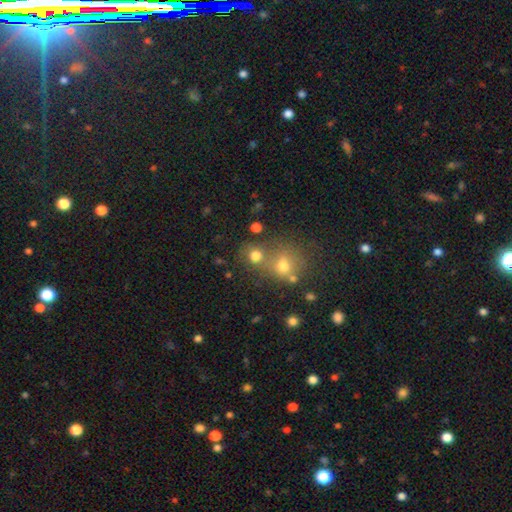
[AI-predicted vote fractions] smooth_or_featured: smooth (p=0.74) [alt: star or artifact p=0.16]
how_rounded: round (p=0.79) [alt: in between p=0.20]
merging: none (p=0.48) [alt: merger p=0.38]